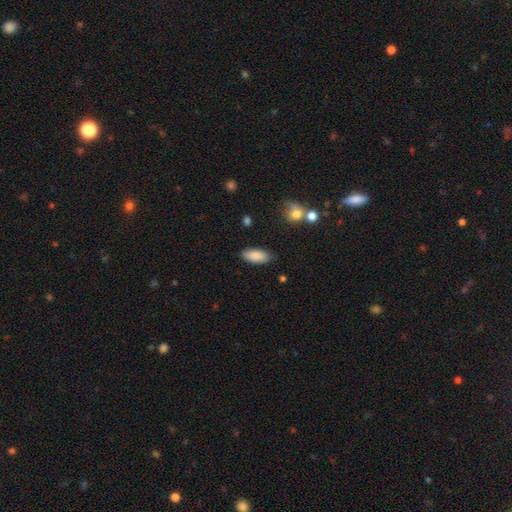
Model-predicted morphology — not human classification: This is clearly a smooth galaxy (88%). How rounded: clearly in between (87%). Merging: clearly none (84%).